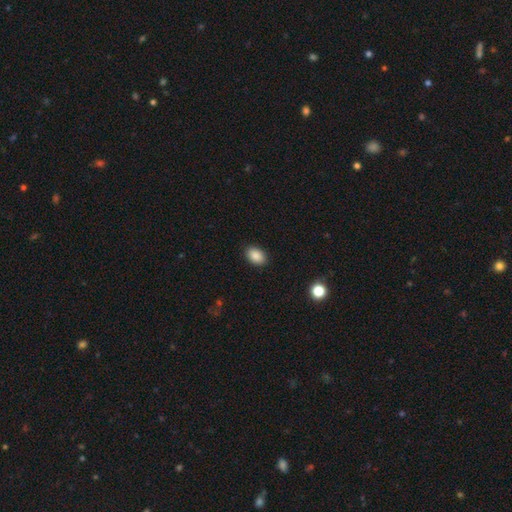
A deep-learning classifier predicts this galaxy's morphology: The model was most divided on "how rounded": in between: 82%, round: 17%, cigar-shaped: 1%. More confident: merging — none (89%); smooth or featured — smooth (88%).